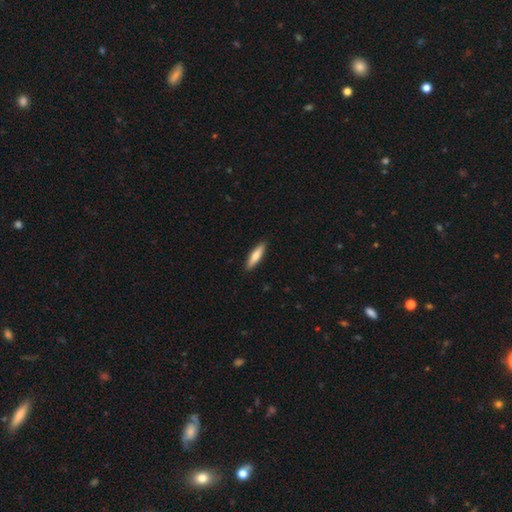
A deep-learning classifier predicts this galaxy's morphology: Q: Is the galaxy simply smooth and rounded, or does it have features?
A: smooth — 73%.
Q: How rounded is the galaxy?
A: cigar-shaped — 74%.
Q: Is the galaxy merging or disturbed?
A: none — 91%.